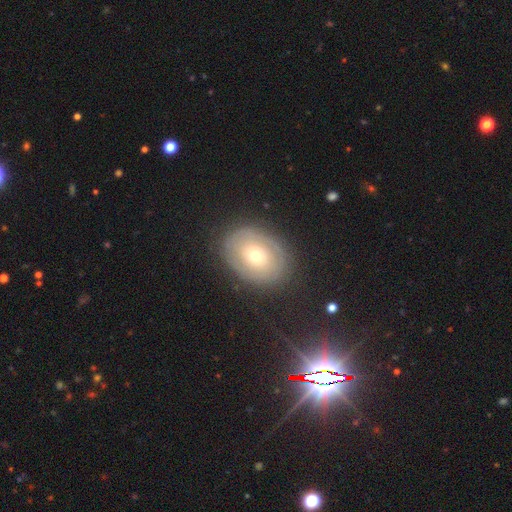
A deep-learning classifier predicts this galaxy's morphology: featured or disk 48%, smooth 41%, star or artifact 11%. Down the decision tree: merging — none (82%).